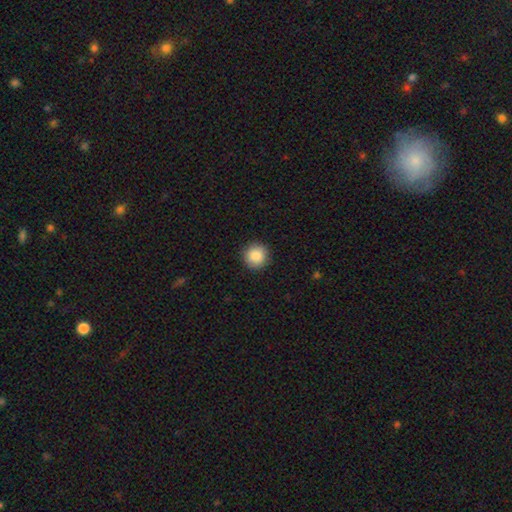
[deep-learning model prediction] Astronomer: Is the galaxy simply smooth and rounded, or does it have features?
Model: smooth — 87%.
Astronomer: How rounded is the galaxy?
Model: round — 93%.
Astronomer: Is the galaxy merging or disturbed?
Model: none — 91%.